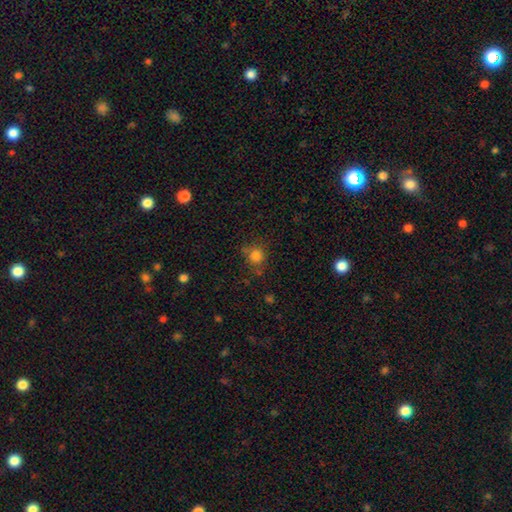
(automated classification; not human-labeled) A smooth galaxy with no disk features (81%) that is round (86%).

Vote fractions:
- Smooth or featured? smooth: 81% / star or artifact: 13% / featured or disk: 6%
- How rounded? round: 86% / in between: 13% / cigar-shaped: 1%
- Merging? none: 70% / minor disturbance: 16% / merger: 8% / major disturbance: 5%